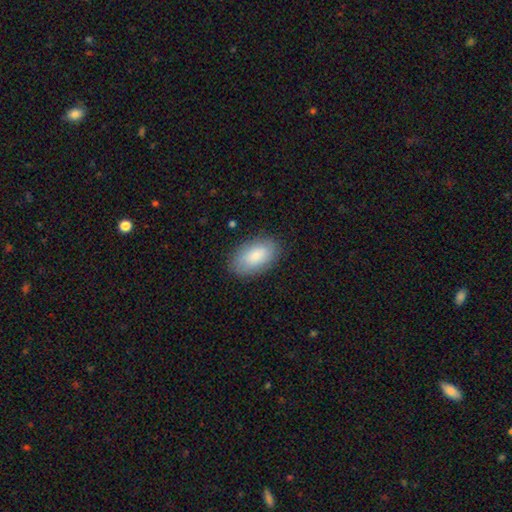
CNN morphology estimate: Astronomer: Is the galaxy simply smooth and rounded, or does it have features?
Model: smooth — 81%.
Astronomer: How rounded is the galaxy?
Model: in between — 94%.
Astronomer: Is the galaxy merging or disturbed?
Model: none — 84%.